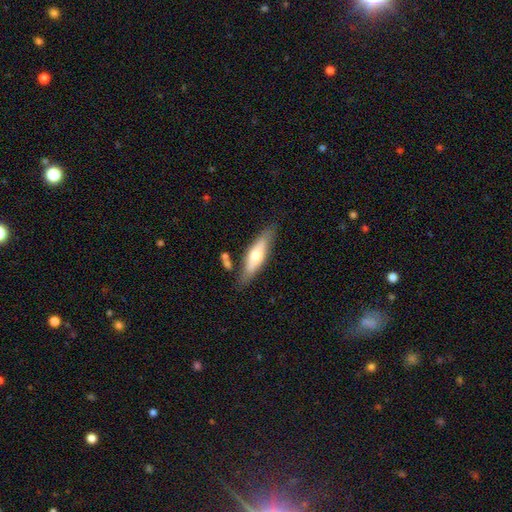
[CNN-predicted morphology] Smooth or featured?
  - smooth: 52% *
  - featured or disk: 42%
  - star or artifact: 6%
How rounded?
  - cigar-shaped: 63% *
  - in between: 35%
  - round: 2%
Merging?
  - none: 76% *
  - minor disturbance: 15%
  - merger: 6%
  - major disturbance: 3%